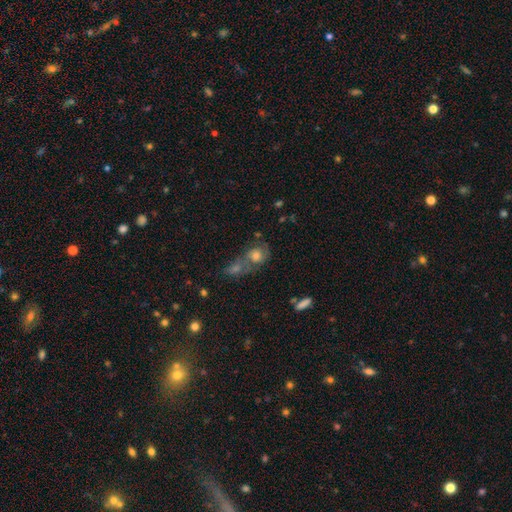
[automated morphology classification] Smooth or featured: smooth — 56% (star or artifact — 23%)
How rounded: round — 63% (in between — 33%)
Merging: merger — 56% (none — 30%)